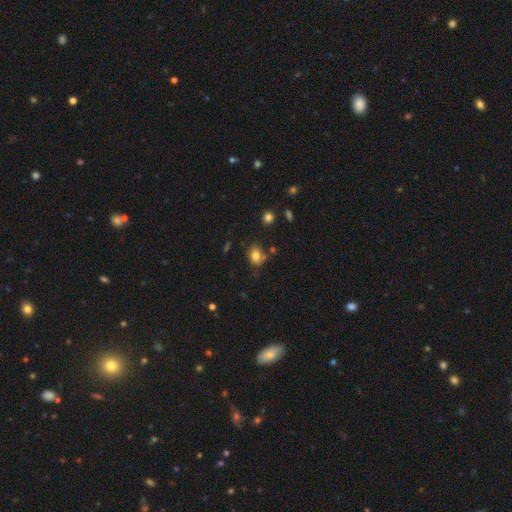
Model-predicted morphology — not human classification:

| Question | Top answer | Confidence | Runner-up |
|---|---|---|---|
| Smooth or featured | smooth | 79% | star or artifact (12%) |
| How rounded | in between | 58% | round (41%) |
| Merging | none | 63% | minor disturbance (20%) |